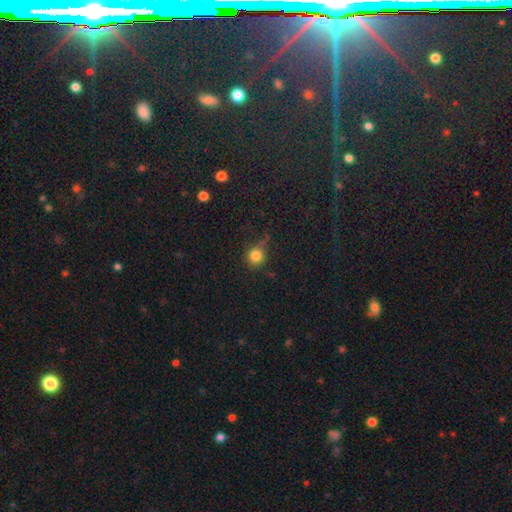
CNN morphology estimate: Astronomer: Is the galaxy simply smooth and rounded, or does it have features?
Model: smooth — 81%.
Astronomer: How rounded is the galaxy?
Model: round — 91%.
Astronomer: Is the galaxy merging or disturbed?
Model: none — 64%.